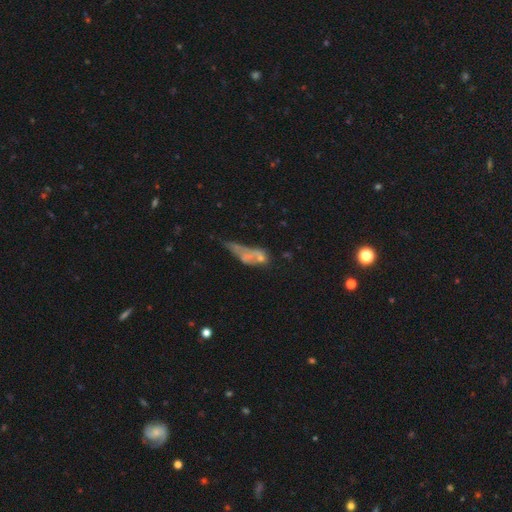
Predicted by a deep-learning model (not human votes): Overall: smooth (42%; featured or disk 39%). Merging: major disturbance (31%; merger 29%).